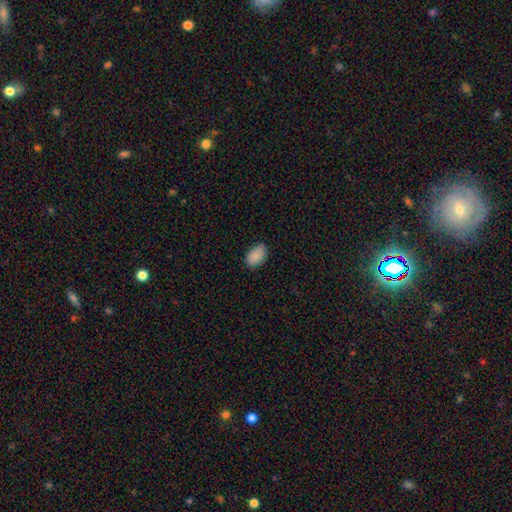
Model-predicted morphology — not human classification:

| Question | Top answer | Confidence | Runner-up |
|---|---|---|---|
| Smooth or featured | smooth | 89% | star or artifact (7%) |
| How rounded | in between | 90% | round (9%) |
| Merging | none | 84% | minor disturbance (13%) |